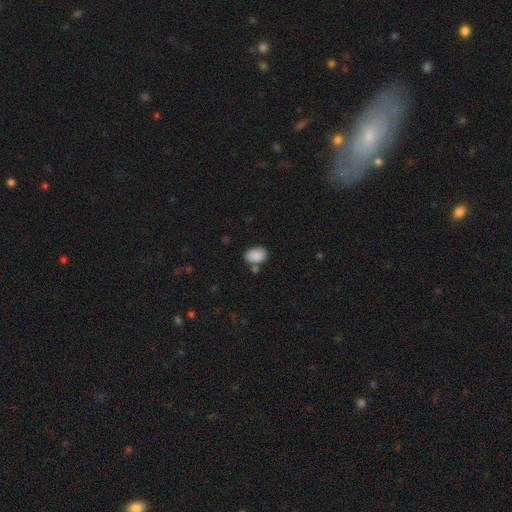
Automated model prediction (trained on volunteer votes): Morphology: type=smooth (88%); roundness=in between (81%); merging=none (67%).